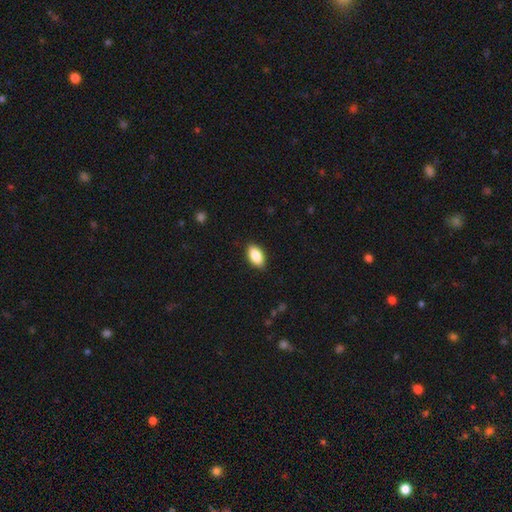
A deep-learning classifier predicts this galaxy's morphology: smooth_or_featured: smooth (p=0.87) [alt: star or artifact p=0.07]
how_rounded: in between (p=0.93) [alt: round p=0.04]
merging: none (p=0.88) [alt: minor disturbance p=0.09]